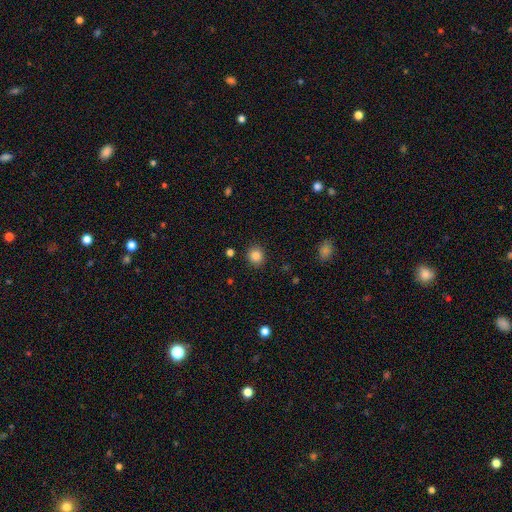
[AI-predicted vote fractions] Smooth or featured?
  - smooth: 85% *
  - star or artifact: 11%
  - featured or disk: 5%
How rounded?
  - round: 87% *
  - in between: 12%
  - cigar-shaped: 1%
Merging?
  - none: 90% *
  - minor disturbance: 6%
  - major disturbance: 2%
  - merger: 1%